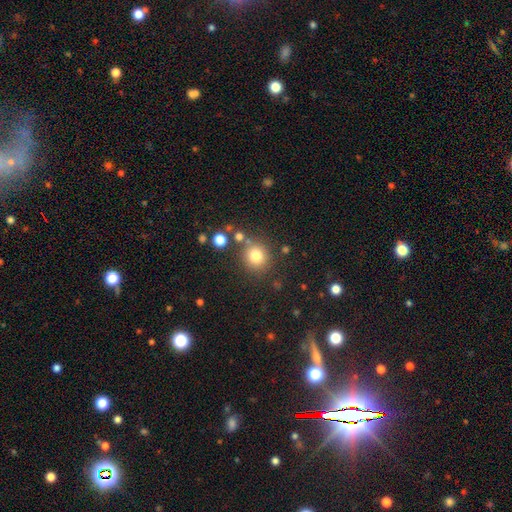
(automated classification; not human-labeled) Overall: smooth (79%). How rounded: round (90%). Merging: none (79%).